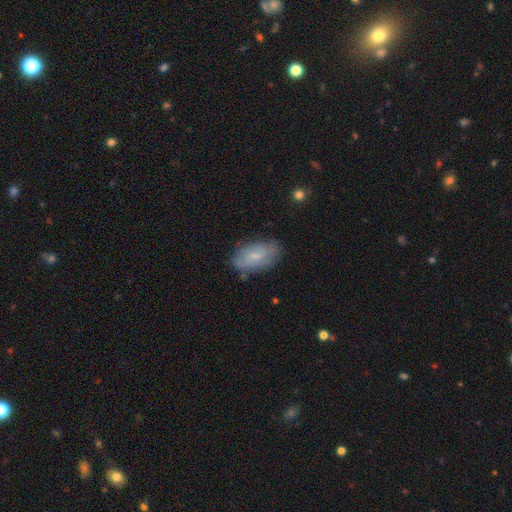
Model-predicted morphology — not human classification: smooth-or-featured: smooth: 56% | featured or disk: 37% | star or artifact: 7%
  how-rounded: in between: 93% | round: 4% | cigar-shaped: 3%
  merging: none: 70% | minor disturbance: 22% | major disturbance: 5% | merger: 2%